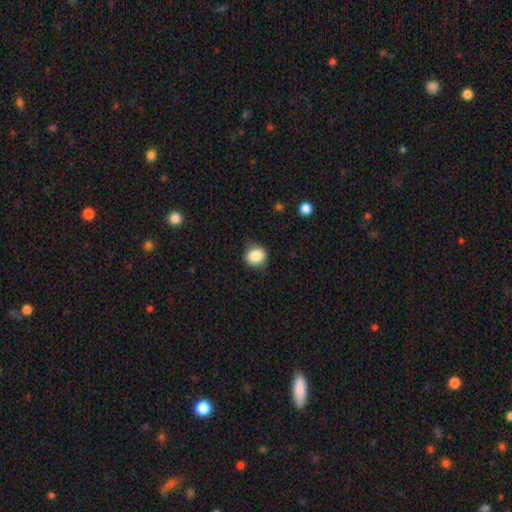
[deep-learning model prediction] A smooth galaxy with no disk features (85%) that is round (67%).

Vote fractions:
- Smooth or featured? smooth: 85% / star or artifact: 9% / featured or disk: 5%
- How rounded? round: 67% / in between: 32% / cigar-shaped: 1%
- Merging? none: 80% / minor disturbance: 15% / major disturbance: 4% / merger: 1%